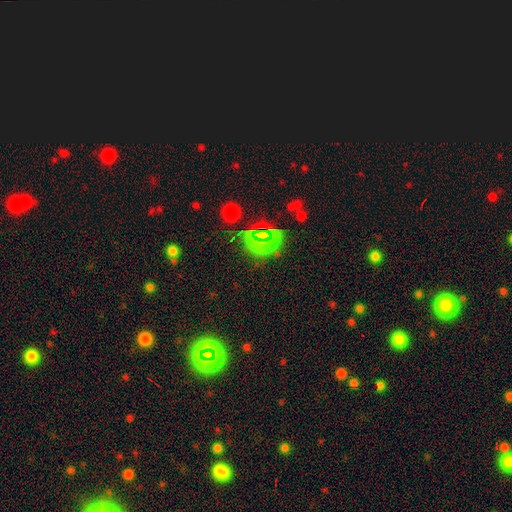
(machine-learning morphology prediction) Smooth or featured? star or artifact (62%)